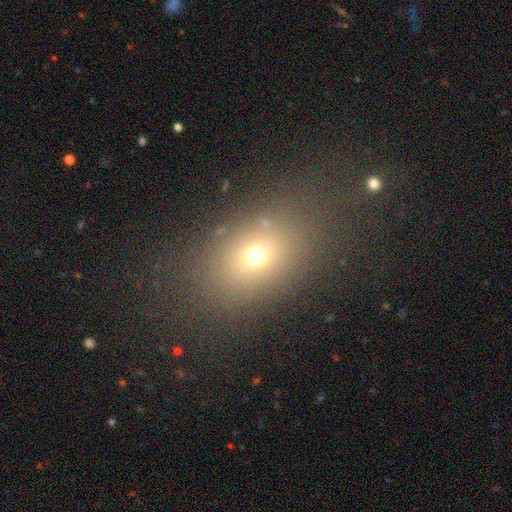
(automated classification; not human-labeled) Smooth or featured? smooth (66%)
How rounded? in between (67%)
Merging? none (73%)